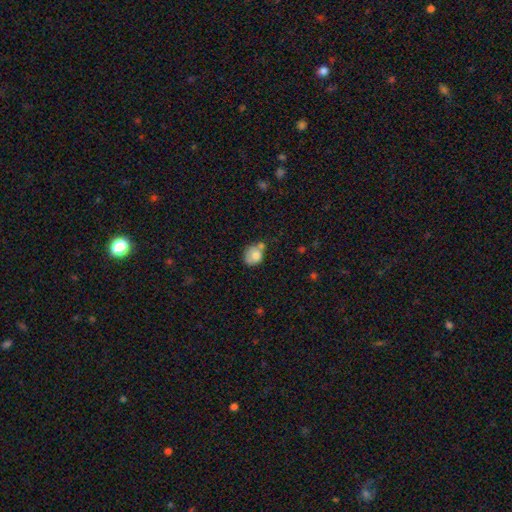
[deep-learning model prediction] Morphology: type=smooth (75%); roundness=round (61%); merging=none (41%).